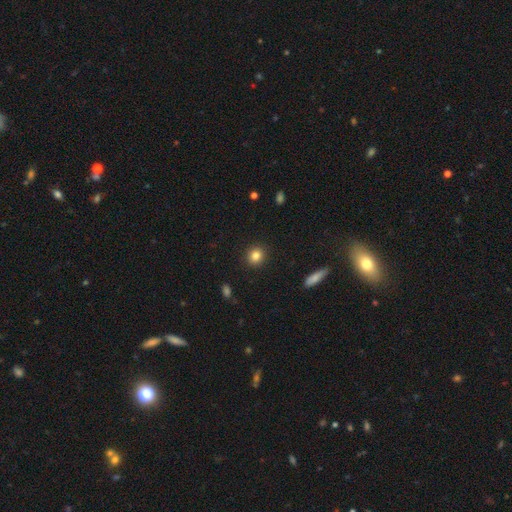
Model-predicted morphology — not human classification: Overall: smooth (84%). How rounded: round (88%). Merging: none (92%).